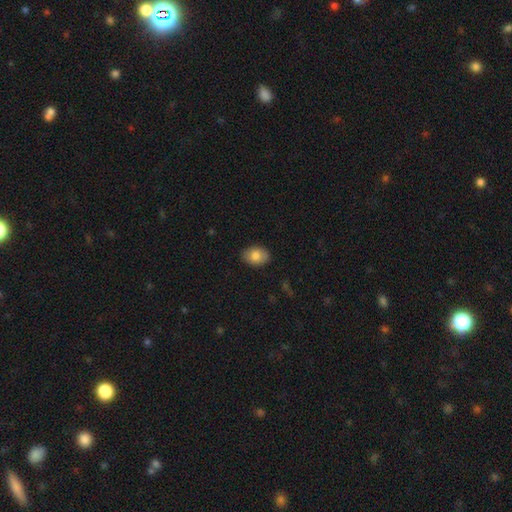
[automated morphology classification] Overall: smooth (82%). How rounded: in between (76%). Merging: none (87%).